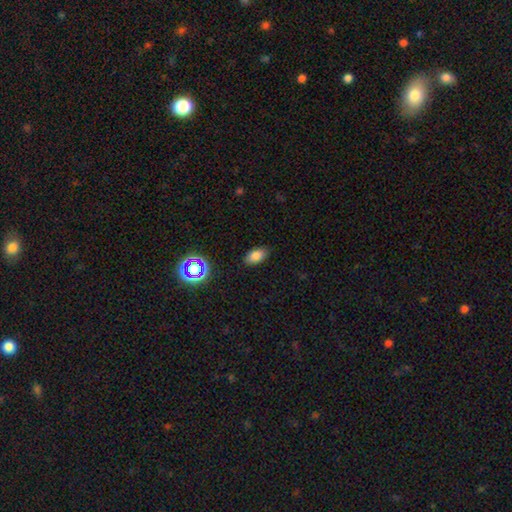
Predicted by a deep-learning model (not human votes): The model was most divided on "smooth or featured": smooth: 78%, star or artifact: 14%, featured or disk: 8%. More confident: how rounded — in between (91%); merging — none (87%).